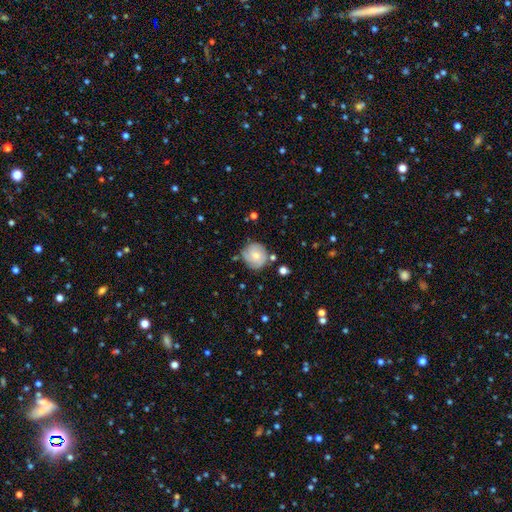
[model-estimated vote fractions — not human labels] Q: Smooth or featured?
A: featured or disk (46%); tied with: smooth (46%)
Q: Merging?
A: none (73%); runner-up: minor disturbance (18%)